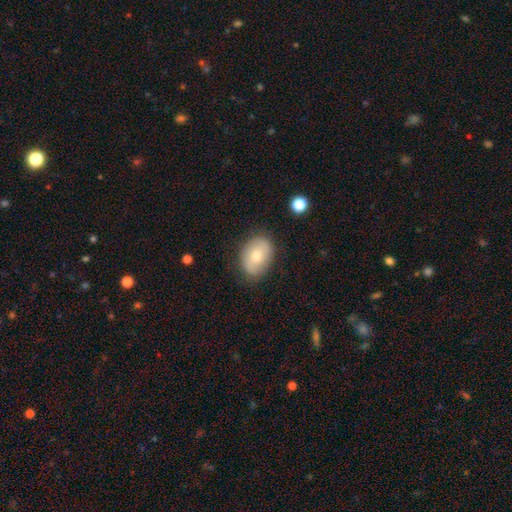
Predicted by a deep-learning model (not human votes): smooth_or_featured: smooth (p=0.66) [alt: featured or disk p=0.27]
how_rounded: in between (p=0.74) [alt: round p=0.25]
merging: none (p=0.82) [alt: minor disturbance p=0.14]